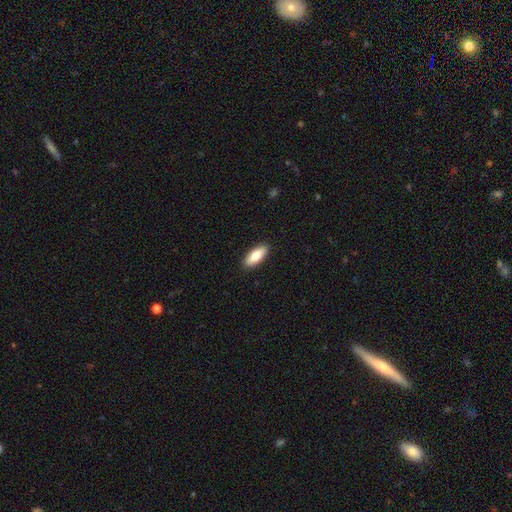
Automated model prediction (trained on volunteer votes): Smooth or featured?
  - smooth: 80% *
  - featured or disk: 14%
  - star or artifact: 6%
How rounded?
  - in between: 72% *
  - cigar-shaped: 26%
  - round: 2%
Merging?
  - none: 90% *
  - minor disturbance: 7%
  - major disturbance: 2%
  - merger: 1%